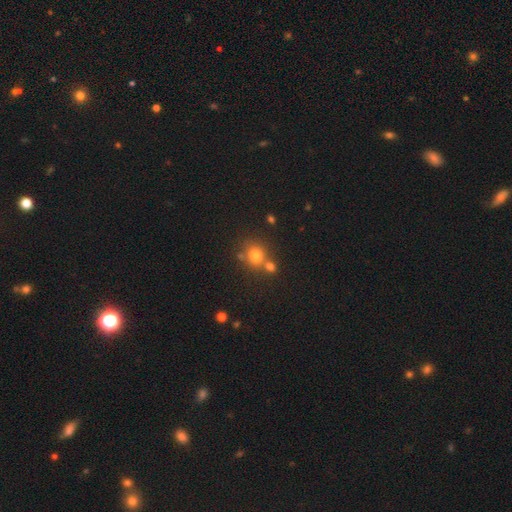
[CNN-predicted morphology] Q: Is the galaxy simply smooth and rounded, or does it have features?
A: smooth — 77%.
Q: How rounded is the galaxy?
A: round — 81%.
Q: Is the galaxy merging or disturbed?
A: none — 58%.